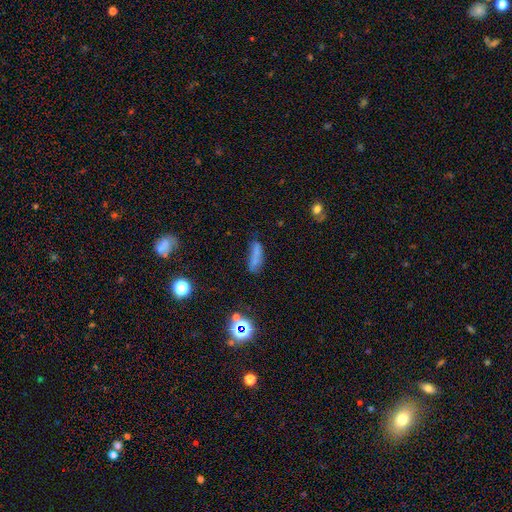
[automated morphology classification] smooth 67%, star or artifact 17%, featured or disk 16%. Down the decision tree: how rounded — cigar-shaped (51%); merging — none (56%).